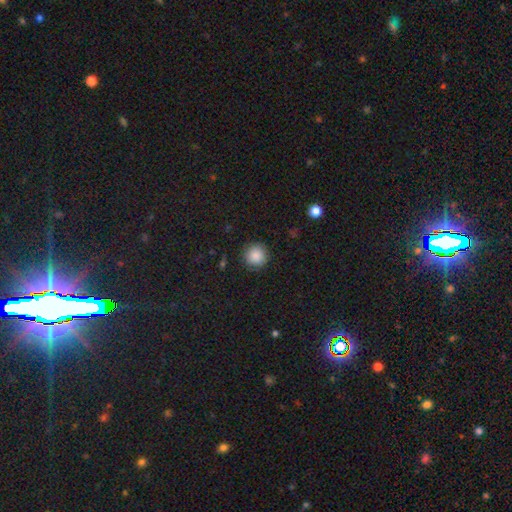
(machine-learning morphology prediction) smooth-or-featured: smooth: 87% | star or artifact: 9% | featured or disk: 4%
  how-rounded: round: 94% | in between: 5% | cigar-shaped: 1%
  merging: none: 89% | minor disturbance: 8% | major disturbance: 2% | merger: 1%